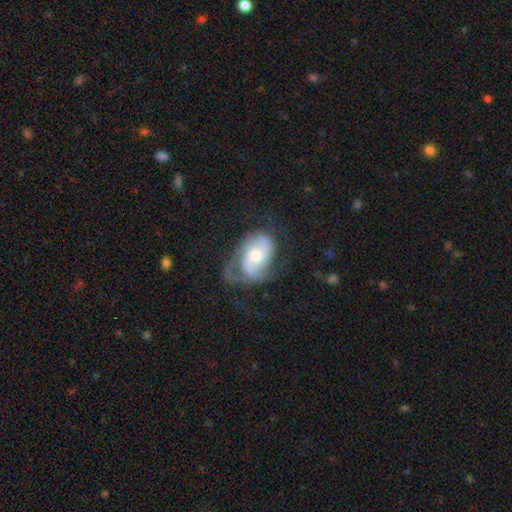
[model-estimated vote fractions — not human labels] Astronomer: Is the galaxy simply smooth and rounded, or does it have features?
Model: featured or disk — 78%.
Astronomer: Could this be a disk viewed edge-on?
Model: no — 97%.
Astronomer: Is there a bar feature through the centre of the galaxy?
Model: no — 61%.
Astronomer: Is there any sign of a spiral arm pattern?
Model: yes — 93%.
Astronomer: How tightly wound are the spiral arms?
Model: medium — 47% (runner-up: tight, 31%).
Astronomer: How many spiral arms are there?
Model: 2 — 68%.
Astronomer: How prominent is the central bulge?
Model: moderate — 60%.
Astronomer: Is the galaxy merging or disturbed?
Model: none — 52%.